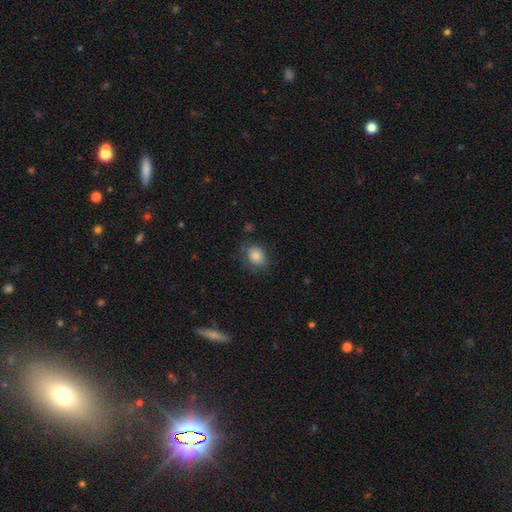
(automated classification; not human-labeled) smooth_or_featured: smooth (p=0.82) [alt: featured or disk p=0.09]
how_rounded: in between (p=0.54) [alt: round p=0.45]
merging: none (p=0.70) [alt: minor disturbance p=0.21]